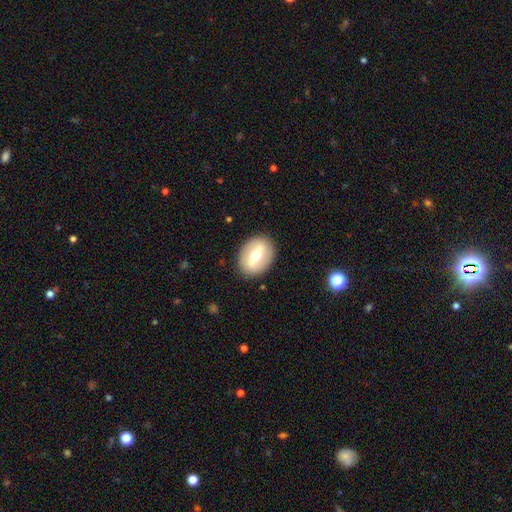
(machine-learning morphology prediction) featured or disk 54%, smooth 40%, star or artifact 6%. Down the decision tree: edge-on disk — no (79%); merging — none (87%).